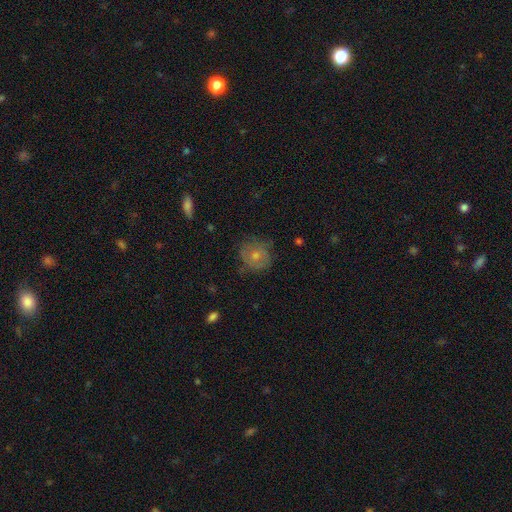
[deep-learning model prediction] smooth 63%, featured or disk 28%, star or artifact 9%. Down the decision tree: how rounded — round (83%); merging — none (66%).